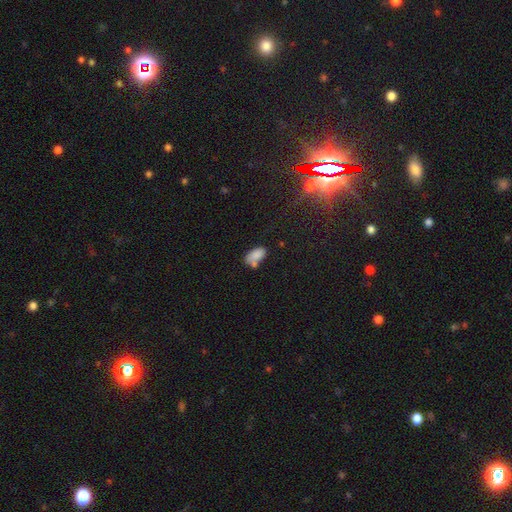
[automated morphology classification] A smooth galaxy with no disk features (80%) that is in between round and cigar-shaped (92%). Merging: none (42%).